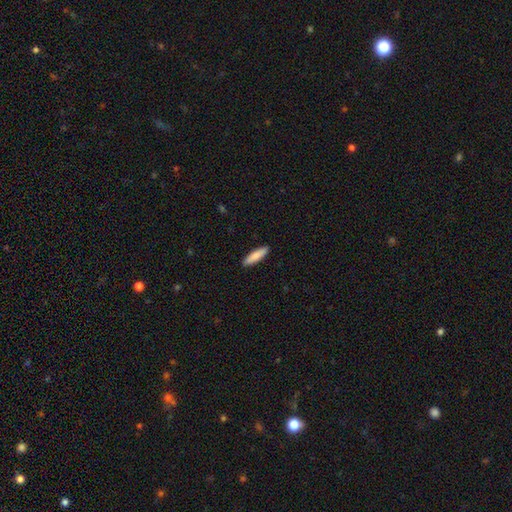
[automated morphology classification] The model was most divided on "how rounded": cigar-shaped: 74%, in between: 24%, round: 1%. More confident: merging — none (91%); smooth or featured — smooth (84%).